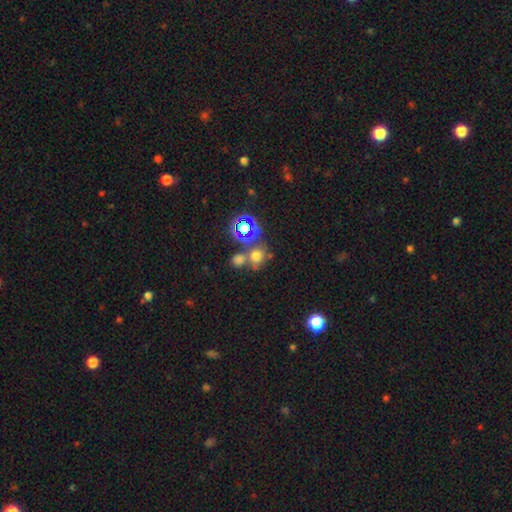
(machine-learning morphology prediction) The model was most divided on "merging": none: 51%, merger: 35%, minor disturbance: 9%, major disturbance: 5%. More confident: how rounded — round (78%); smooth or featured — smooth (62%).